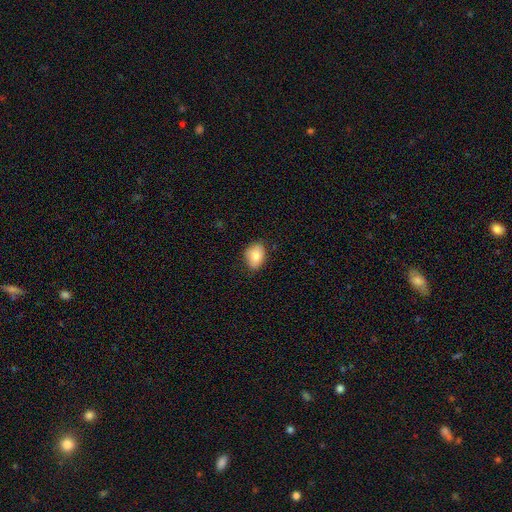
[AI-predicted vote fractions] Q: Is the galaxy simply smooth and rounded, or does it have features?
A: smooth — 83%.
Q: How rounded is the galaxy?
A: in between — 72%.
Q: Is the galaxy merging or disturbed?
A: none — 79%.